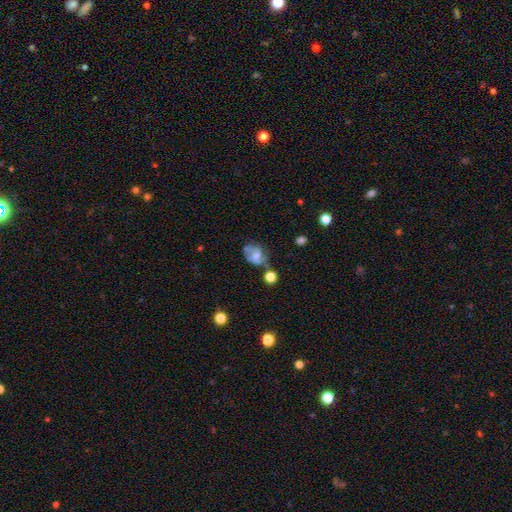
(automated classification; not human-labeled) smooth-or-featured: smooth: 50% | featured or disk: 39% | star or artifact: 11%
  merging: none: 43% | minor disturbance: 27% | major disturbance: 16% | merger: 14%